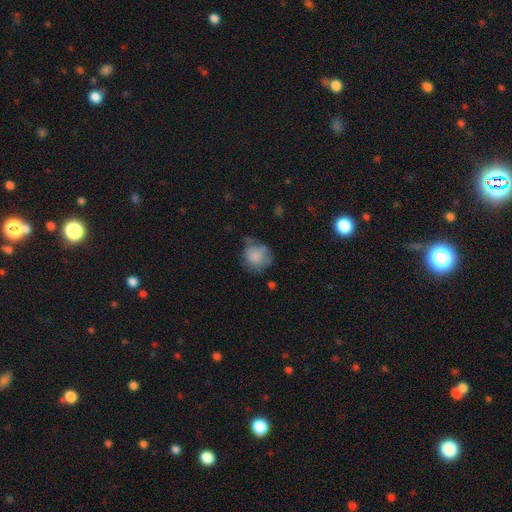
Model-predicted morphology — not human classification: Smooth or featured? smooth (77%)
How rounded? round (82%)
Merging? none (48%)